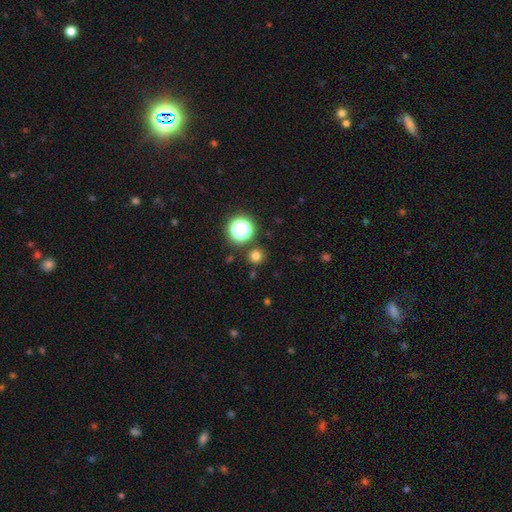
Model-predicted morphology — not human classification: Smooth or featured? Predicted: smooth (p=0.74). How rounded? Predicted: round (p=0.93). Merging? Predicted: none (p=0.87).